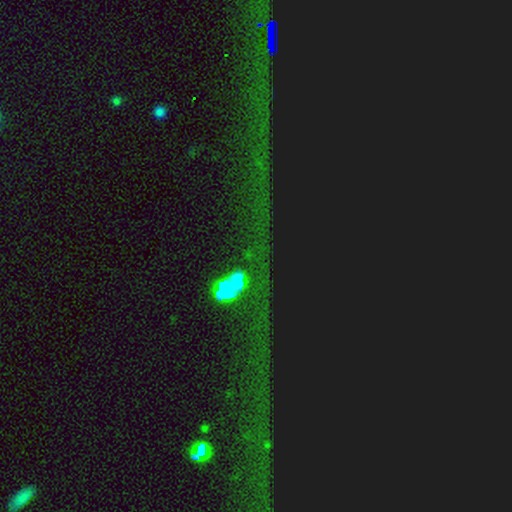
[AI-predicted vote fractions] Q: Smooth or featured?
A: star or artifact (77%); runner-up: featured or disk (11%)